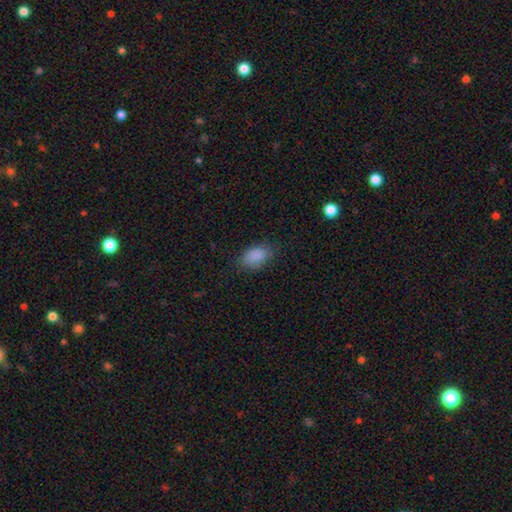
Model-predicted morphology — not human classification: Smooth or featured?
  - smooth: 86% *
  - star or artifact: 9%
  - featured or disk: 5%
How rounded?
  - in between: 89% *
  - round: 9%
  - cigar-shaped: 2%
Merging?
  - none: 77% *
  - minor disturbance: 17%
  - major disturbance: 5%
  - merger: 1%